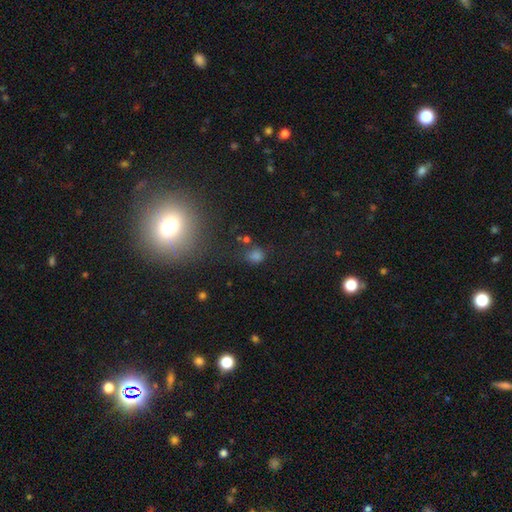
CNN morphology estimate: smooth 62%, star or artifact 30%, featured or disk 8%. Down the decision tree: how rounded — round (68%); merging — none (69%).